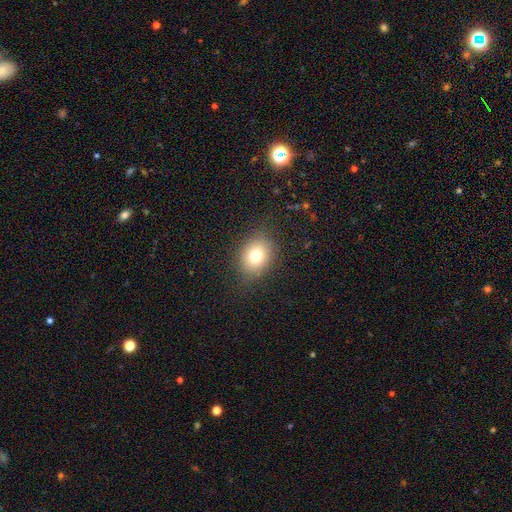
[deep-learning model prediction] Q: Smooth or featured?
A: smooth (75%); runner-up: star or artifact (13%)
Q: How rounded?
A: round (52%); runner-up: in between (47%)
Q: Merging?
A: none (84%); runner-up: minor disturbance (11%)